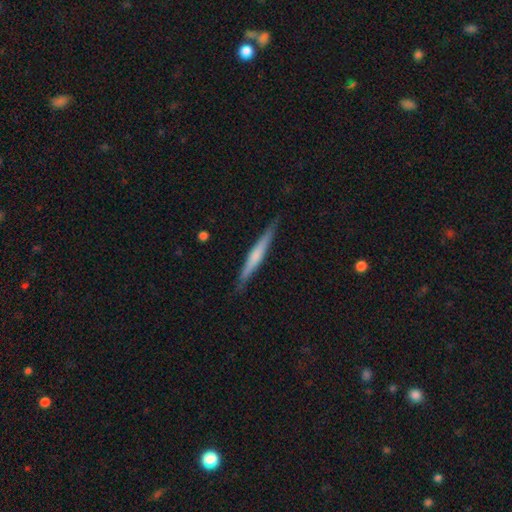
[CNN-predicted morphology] A featured or disk galaxy (53%) viewed edge-on (97%) with a rounded central bulge (44%). Merging: none (89%).